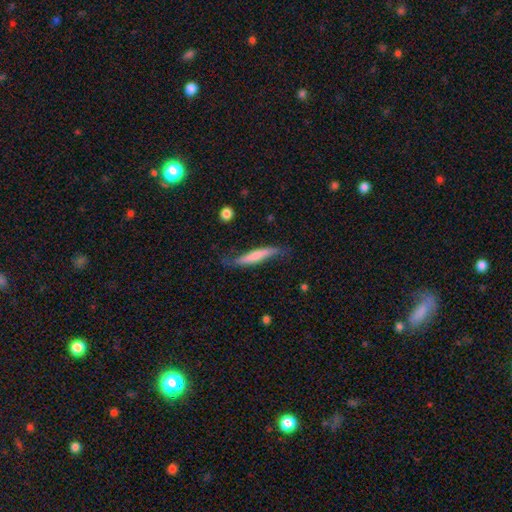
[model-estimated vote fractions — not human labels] This appears to be a smooth galaxy with no disk features (58%) that is cigar-shaped (91%). Merging: none (58%).